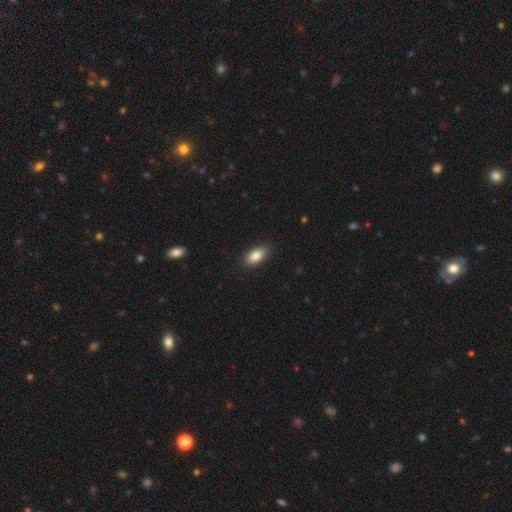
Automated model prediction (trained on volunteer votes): Smooth or featured? smooth (85%)
How rounded? in between (90%)
Merging? none (85%)